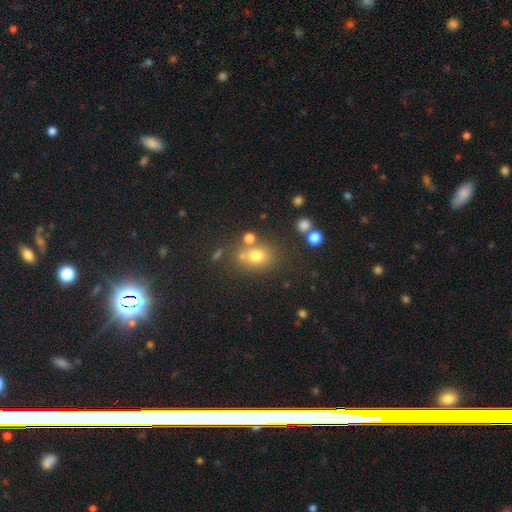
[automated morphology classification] smooth-or-featured: smooth: 70% | star or artifact: 18% | featured or disk: 11%
  how-rounded: round: 59% | in between: 40% | cigar-shaped: 1%
  merging: none: 65% | merger: 16% | minor disturbance: 13% | major disturbance: 6%